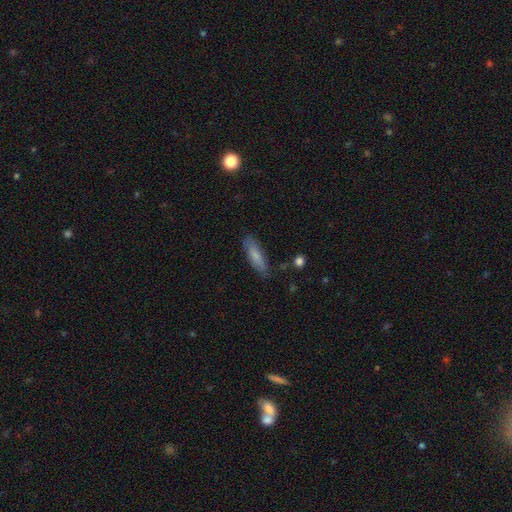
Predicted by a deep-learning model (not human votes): A smooth galaxy with no disk features (78%) that is cigar-shaped (60%).

Vote fractions:
- Smooth or featured? smooth: 78% / featured or disk: 15% / star or artifact: 6%
- How rounded? cigar-shaped: 60% / in between: 38% / round: 2%
- Merging? none: 80% / minor disturbance: 15% / major disturbance: 3% / merger: 2%